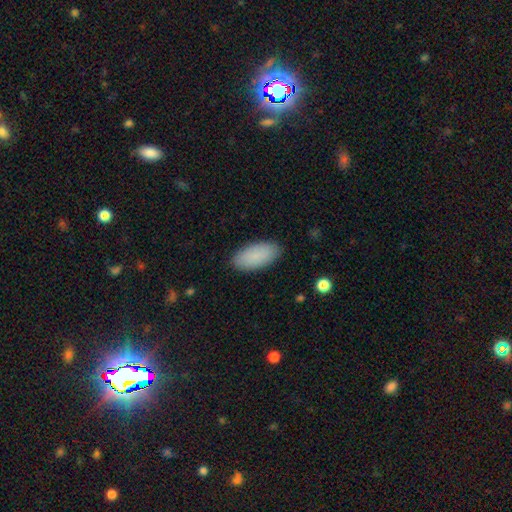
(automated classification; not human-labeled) Smooth or featured? Predicted: smooth (p=0.87). How rounded? Predicted: in between (p=0.93). Merging? Predicted: none (p=0.88).